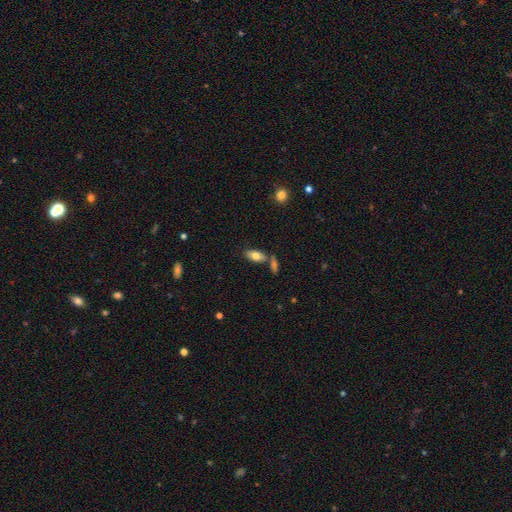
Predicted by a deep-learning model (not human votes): smooth-or-featured: smooth: 77% | featured or disk: 16% | star or artifact: 7%
  how-rounded: in between: 88% | cigar-shaped: 9% | round: 3%
  merging: none: 64% | merger: 21% | minor disturbance: 11% | major disturbance: 3%